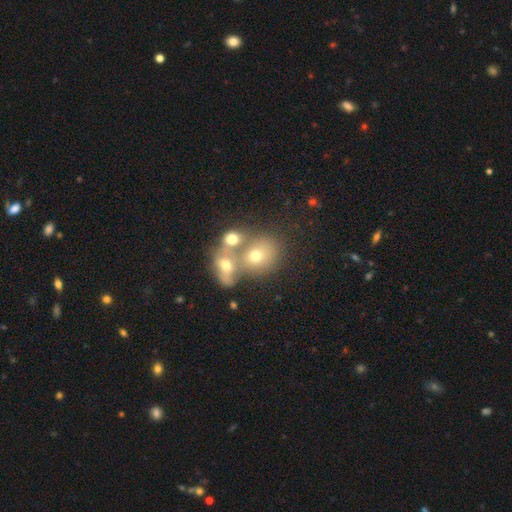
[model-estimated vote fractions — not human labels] This appears to be a smooth galaxy with no disk features (59%) that is round (60%). Merging: merger (55%).